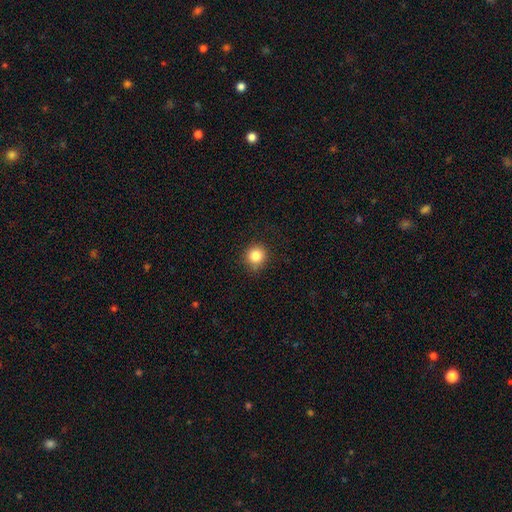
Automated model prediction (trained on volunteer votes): This is clearly a smooth galaxy (84%). How rounded: clearly round (91%). Merging: clearly none (87%).